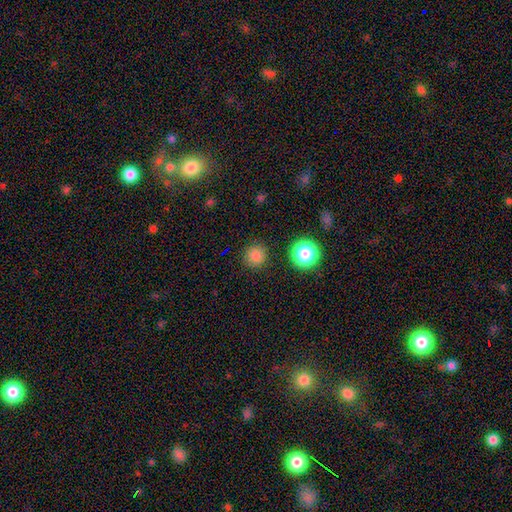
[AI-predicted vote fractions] Morphology: type=smooth (80%); roundness=round (94%); merging=none (89%).